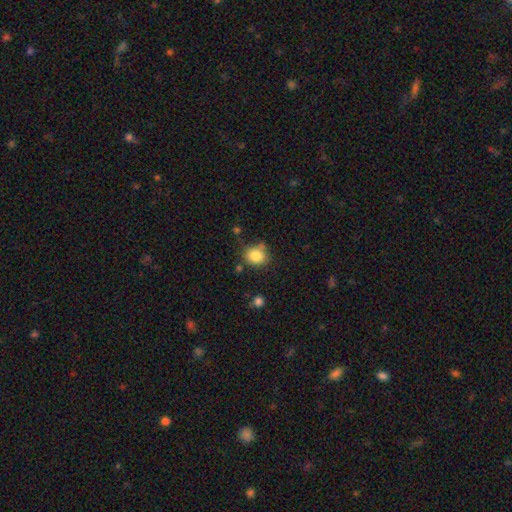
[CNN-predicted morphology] smooth-or-featured: smooth: 83% | star or artifact: 10% | featured or disk: 7%
  how-rounded: round: 71% | in between: 28% | cigar-shaped: 1%
  merging: none: 70% | minor disturbance: 18% | merger: 7% | major disturbance: 5%